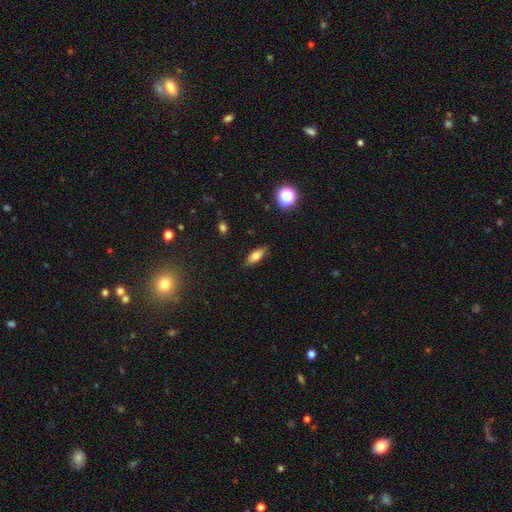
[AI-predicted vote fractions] This appears to be a smooth galaxy with no disk features (74%) that is in between round and cigar-shaped (71%). Merging: none (87%).